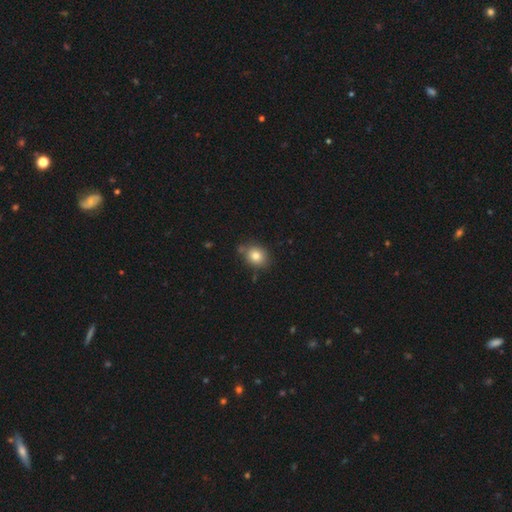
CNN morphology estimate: type=smooth (81%); roundness=round (60%); merging=none (77%).